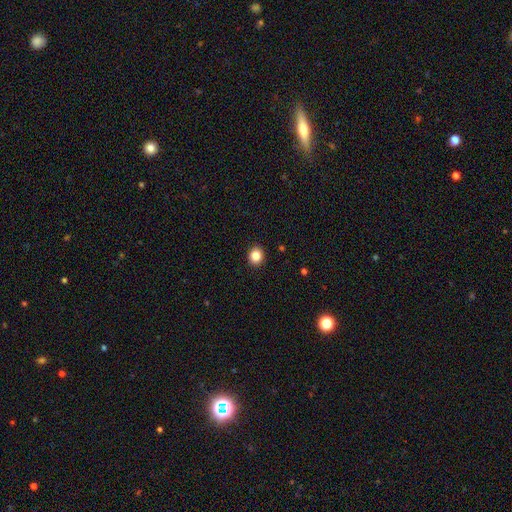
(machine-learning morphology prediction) Overall: smooth (84%). How rounded: round (73%). Merging: none (92%).